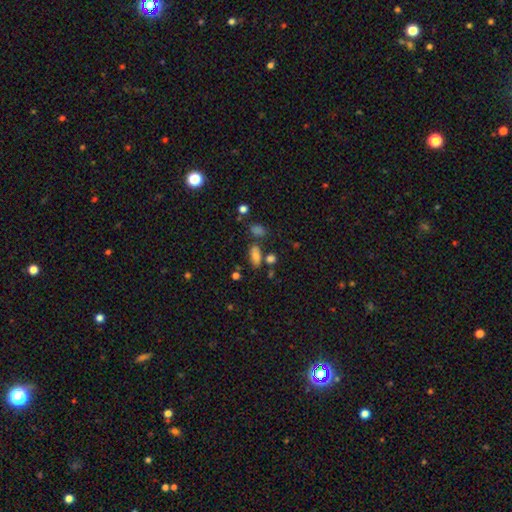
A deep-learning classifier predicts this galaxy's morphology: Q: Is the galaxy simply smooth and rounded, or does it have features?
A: smooth — 76%.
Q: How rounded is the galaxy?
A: in between — 85%.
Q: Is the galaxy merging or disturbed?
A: none — 66%.